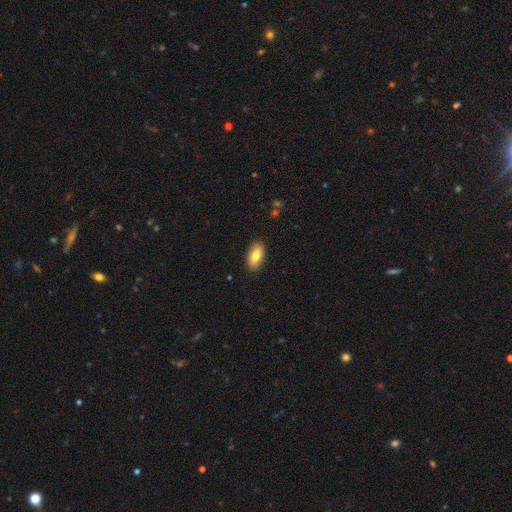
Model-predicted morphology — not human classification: The model was most divided on "smooth or featured": smooth: 77%, featured or disk: 16%, star or artifact: 7%. More confident: how rounded — in between (90%); merging — none (88%).